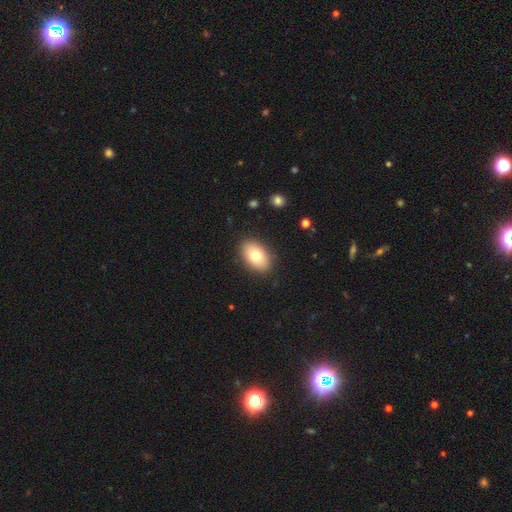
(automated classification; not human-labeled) This is likely a smooth galaxy (75%). How rounded: clearly in between (89%). Merging: clearly none (88%).